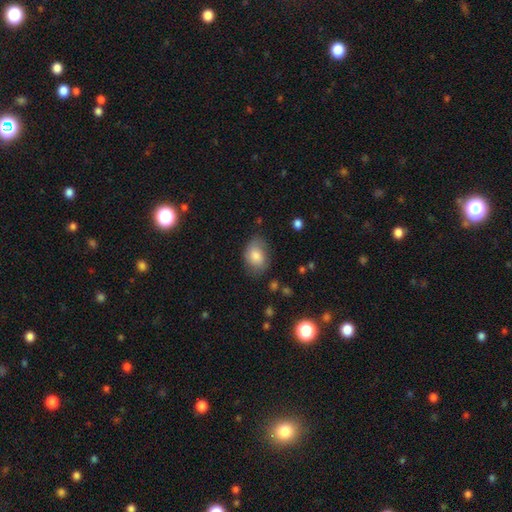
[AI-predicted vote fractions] Q: Smooth or featured?
A: smooth (75%); runner-up: featured or disk (16%)
Q: How rounded?
A: in between (73%); runner-up: round (26%)
Q: Merging?
A: none (70%); runner-up: minor disturbance (22%)